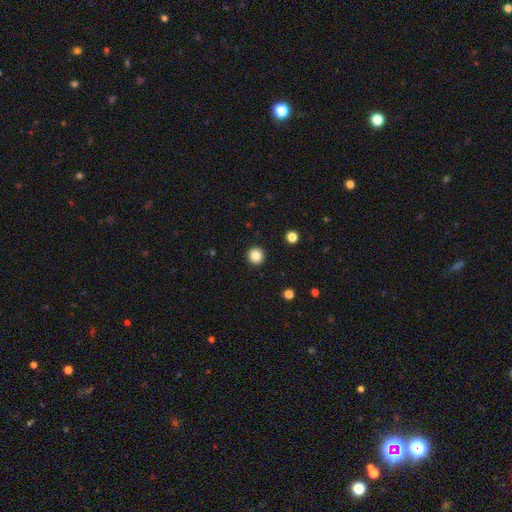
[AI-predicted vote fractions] Q: Smooth or featured?
A: smooth (85%); runner-up: star or artifact (11%)
Q: How rounded?
A: round (95%); runner-up: in between (4%)
Q: Merging?
A: none (94%); runner-up: minor disturbance (4%)